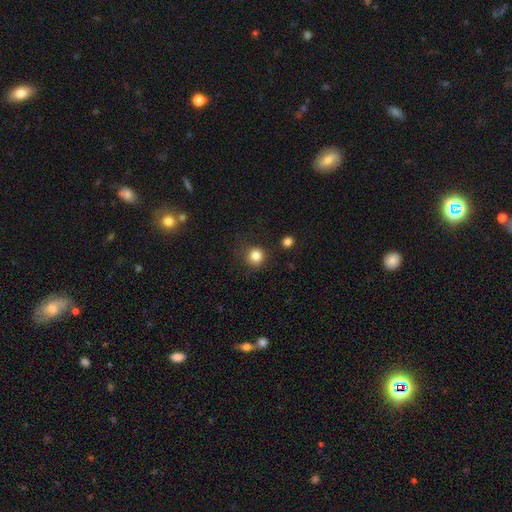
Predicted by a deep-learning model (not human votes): Overall: smooth (84%). How rounded: round (92%). Merging: none (84%).